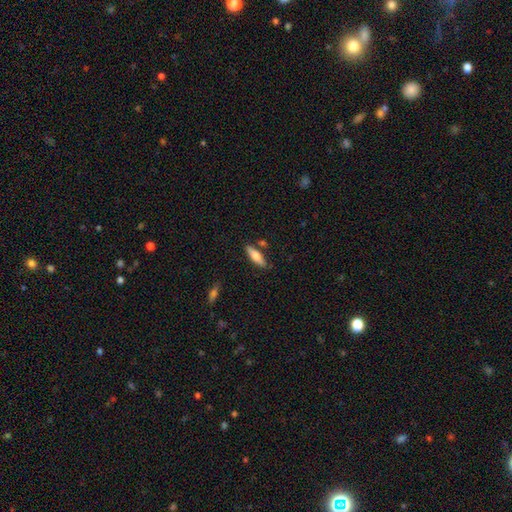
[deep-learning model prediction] Smooth or featured? Predicted: smooth (p=0.69). How rounded? Predicted: cigar-shaped (p=0.53). Merging? Predicted: none (p=0.79).